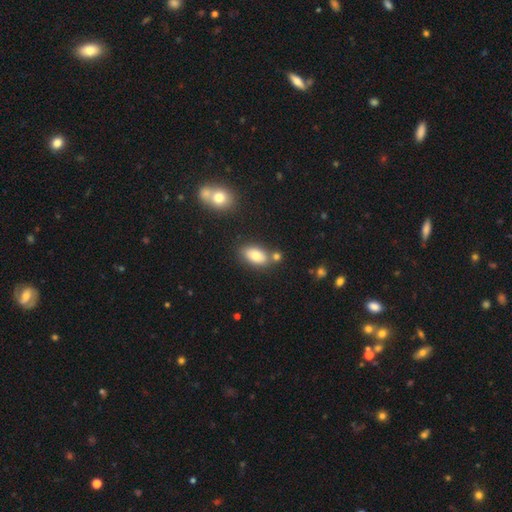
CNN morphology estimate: The model was most divided on "merging": none: 65%, merger: 19%, minor disturbance: 13%, major disturbance: 4%. More confident: how rounded — in between (90%); smooth or featured — smooth (78%).